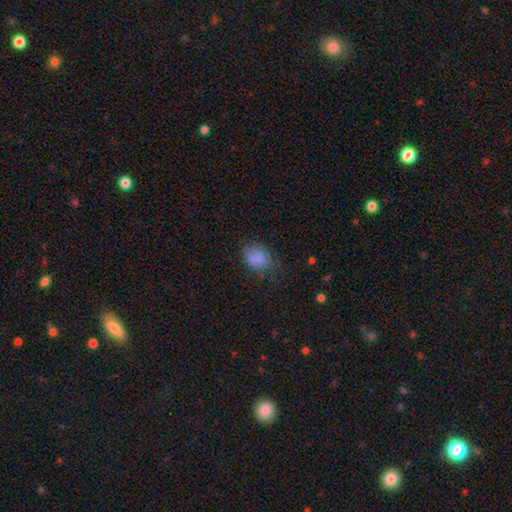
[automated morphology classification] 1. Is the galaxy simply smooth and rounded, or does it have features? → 80% smooth, 11% star or artifact, 8% featured or disk.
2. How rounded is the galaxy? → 68% in between, 31% round, 1% cigar-shaped.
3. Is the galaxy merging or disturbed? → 63% none, 25% minor disturbance, 10% major disturbance, 2% merger.